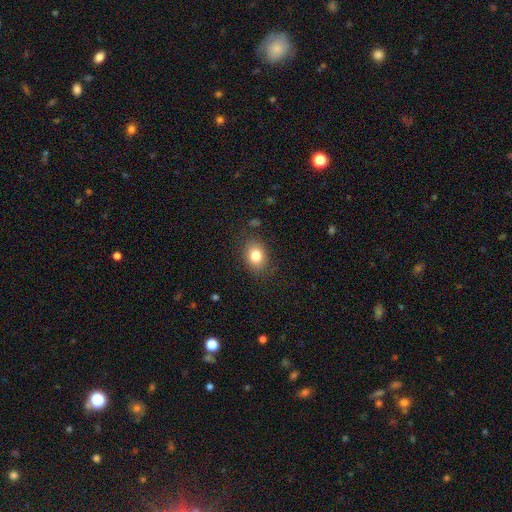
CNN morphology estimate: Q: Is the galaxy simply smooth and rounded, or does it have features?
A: smooth — 81%.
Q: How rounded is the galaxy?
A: in between — 60%.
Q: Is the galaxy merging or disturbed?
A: none — 83%.